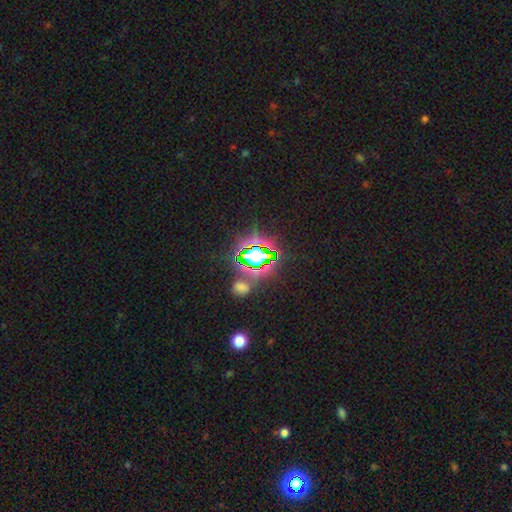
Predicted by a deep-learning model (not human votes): Morphology: type=star or artifact (74%).